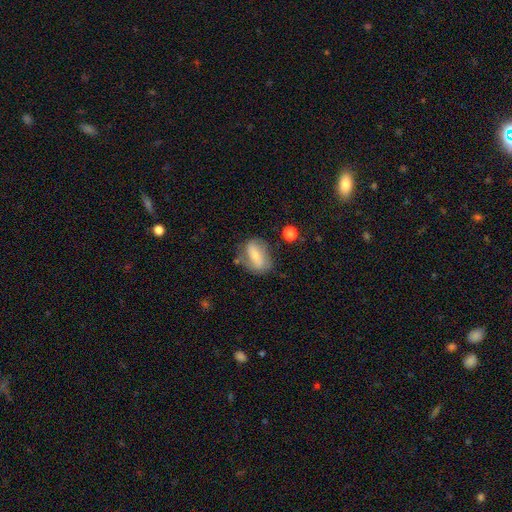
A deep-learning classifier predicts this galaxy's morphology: A smooth galaxy with no disk features (49%). Merging: none (60%).